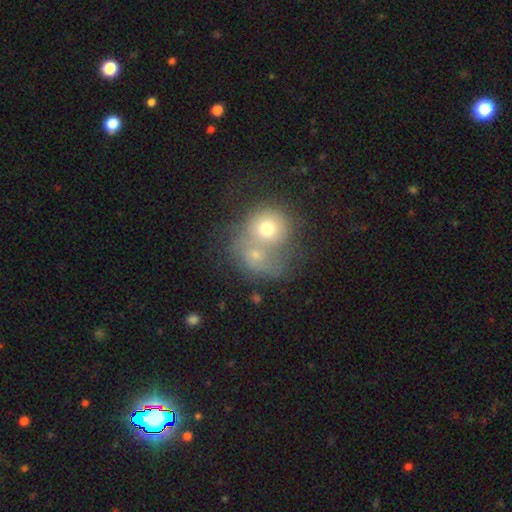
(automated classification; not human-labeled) Smooth or featured?
  - smooth: 54% *
  - featured or disk: 35%
  - star or artifact: 11%
How rounded?
  - round: 71% *
  - in between: 27%
  - cigar-shaped: 1%
Merging?
  - merger: 70% *
  - none: 16%
  - major disturbance: 8%
  - minor disturbance: 7%